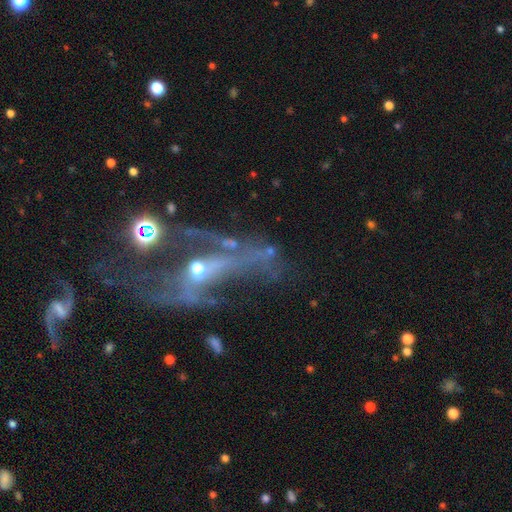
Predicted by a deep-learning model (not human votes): Smooth or featured? Predicted: featured or disk (p=0.73). Edge-on disk? Predicted: no (p=0.85). Bar? Predicted: no (p=0.59). Spiral arms? Predicted: yes (p=0.59). Bulge size? Predicted: small (p=0.50). Merging? Predicted: major disturbance (p=0.39).